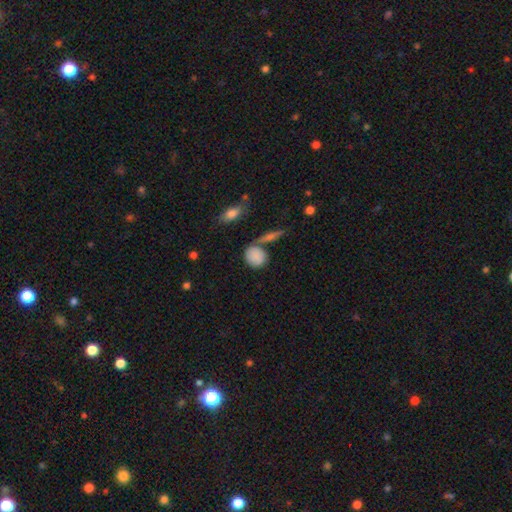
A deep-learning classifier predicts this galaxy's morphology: A smooth galaxy with no disk features (84%) that is round (70%). Merging: none (62%).